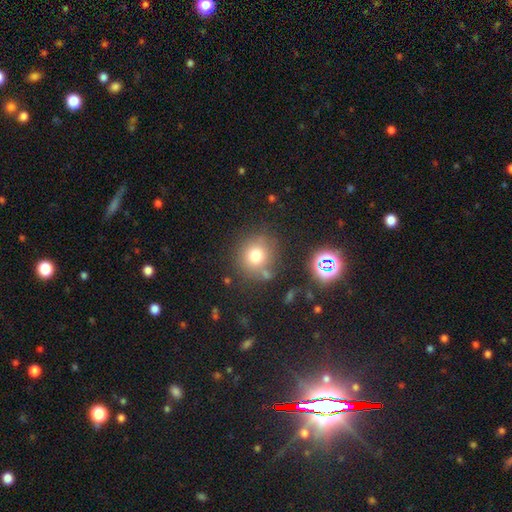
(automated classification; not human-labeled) Smooth or featured?
  - smooth: 74% *
  - star or artifact: 15%
  - featured or disk: 11%
How rounded?
  - round: 88% *
  - in between: 11%
  - cigar-shaped: 1%
Merging?
  - none: 74% *
  - minor disturbance: 12%
  - merger: 8%
  - major disturbance: 5%